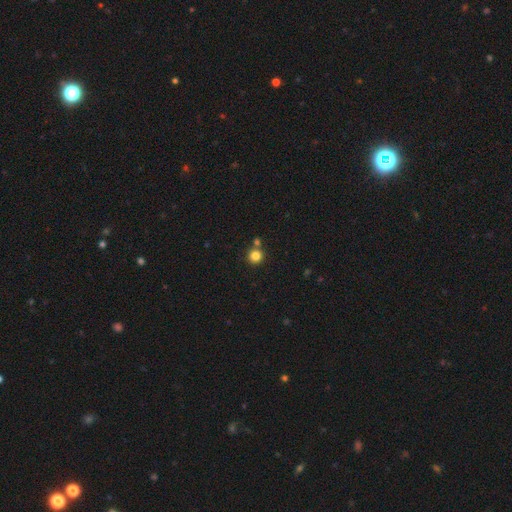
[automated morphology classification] This is clearly a smooth galaxy (83%). How rounded: clearly round (94%). Merging: likely none (73%).